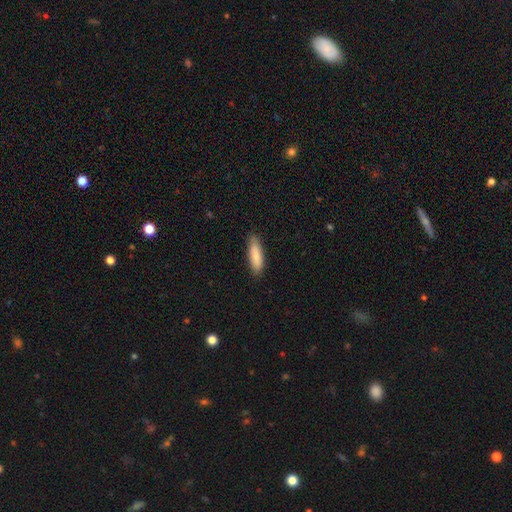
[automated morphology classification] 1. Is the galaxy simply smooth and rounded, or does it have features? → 86% smooth, 8% featured or disk, 6% star or artifact.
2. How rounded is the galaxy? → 55% cigar-shaped, 43% in between, 1% round.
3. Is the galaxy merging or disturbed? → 86% none, 11% minor disturbance, 2% major disturbance, 1% merger.